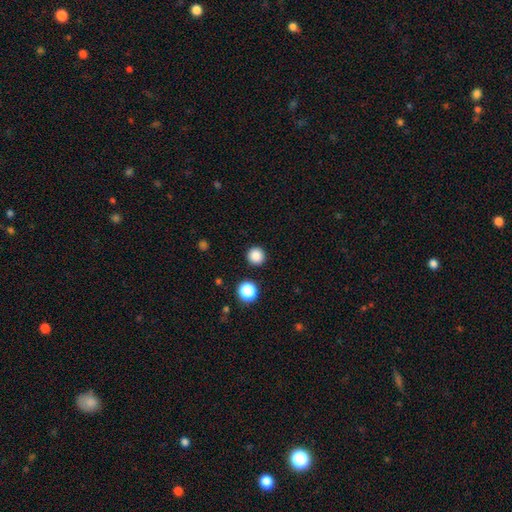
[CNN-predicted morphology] type=smooth (85%); roundness=round (96%); merging=none (92%).